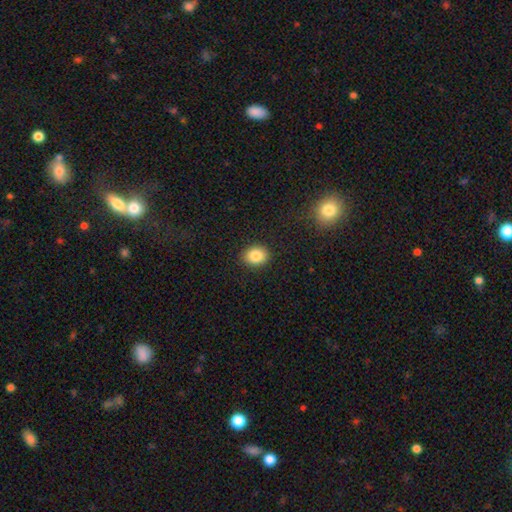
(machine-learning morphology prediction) Smooth or featured? Predicted: smooth (p=0.85). How rounded? Predicted: round (p=0.58). Merging? Predicted: none (p=0.90).